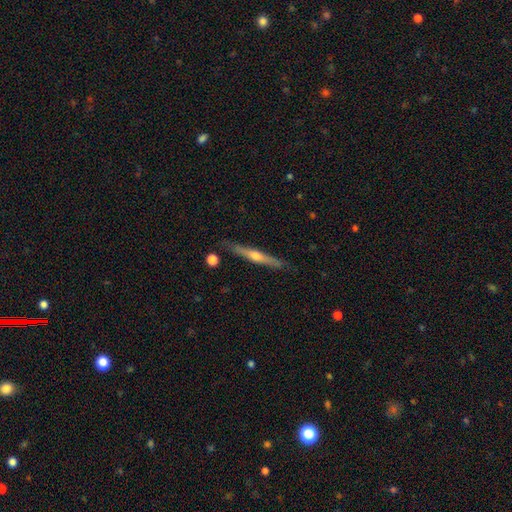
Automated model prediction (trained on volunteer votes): A featured or disk galaxy (69%) viewed edge-on (97%) with a rounded central bulge (84%). Merging: none (86%).